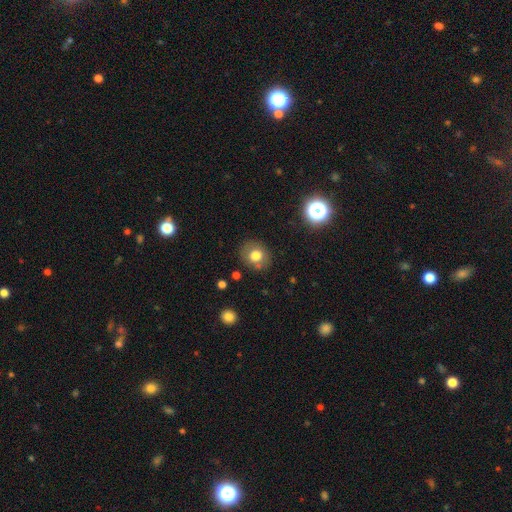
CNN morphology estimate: smooth-or-featured: smooth: 75% | featured or disk: 14% | star or artifact: 12%
  how-rounded: round: 73% | in between: 27% | cigar-shaped: 1%
  merging: none: 82% | minor disturbance: 12% | major disturbance: 4% | merger: 2%